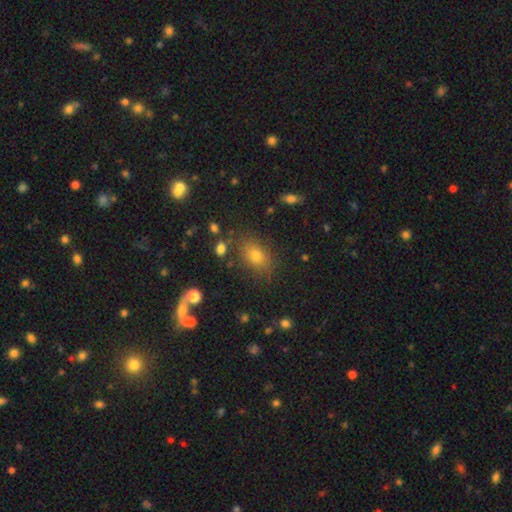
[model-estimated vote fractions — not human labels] A smooth galaxy with no disk features (73%) that is in between round and cigar-shaped (72%). Merging: none (81%).